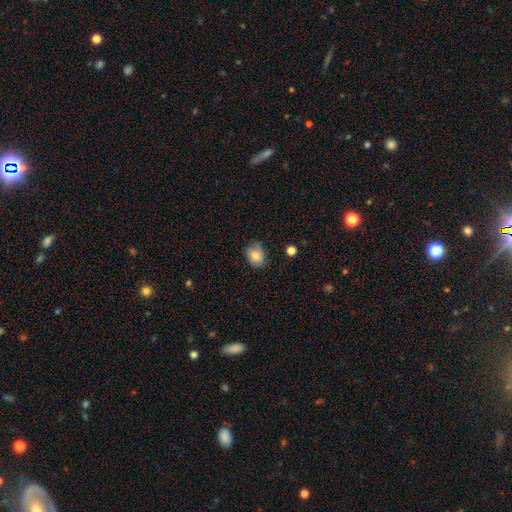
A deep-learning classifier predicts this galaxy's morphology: This appears to be a smooth galaxy with no disk features (80%) that is in between round and cigar-shaped (59%). Merging: none (75%).